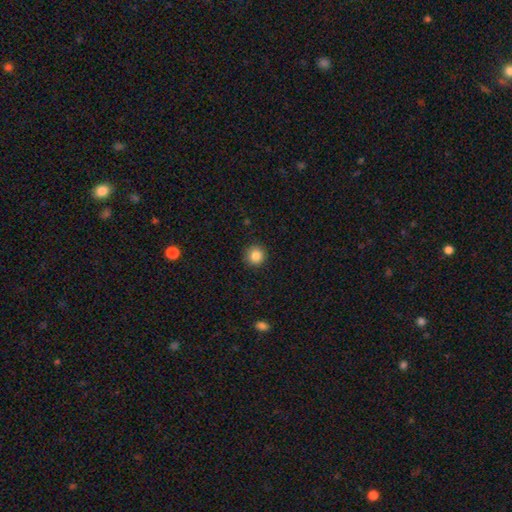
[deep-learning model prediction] Smooth or featured?
  - smooth: 86% *
  - star or artifact: 10%
  - featured or disk: 4%
How rounded?
  - round: 94% *
  - in between: 5%
  - cigar-shaped: 1%
Merging?
  - none: 91% *
  - minor disturbance: 6%
  - major disturbance: 2%
  - merger: 1%